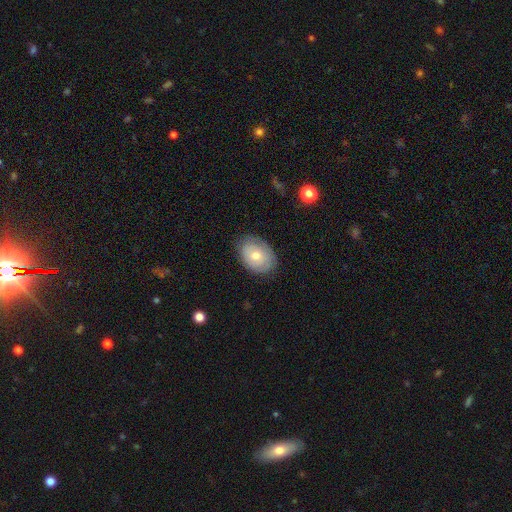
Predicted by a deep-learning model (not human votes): smooth_or_featured: smooth (p=0.57) [alt: featured or disk p=0.35]
how_rounded: in between (p=0.74) [alt: round p=0.25]
merging: none (p=0.80) [alt: minor disturbance p=0.16]